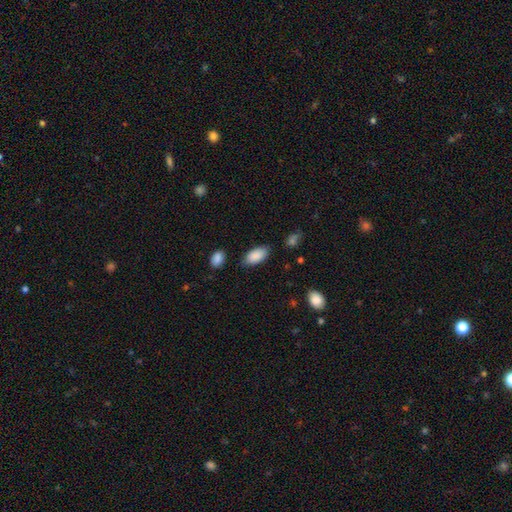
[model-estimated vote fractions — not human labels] Overall: smooth (88%). How rounded: in between (92%). Merging: none (80%).